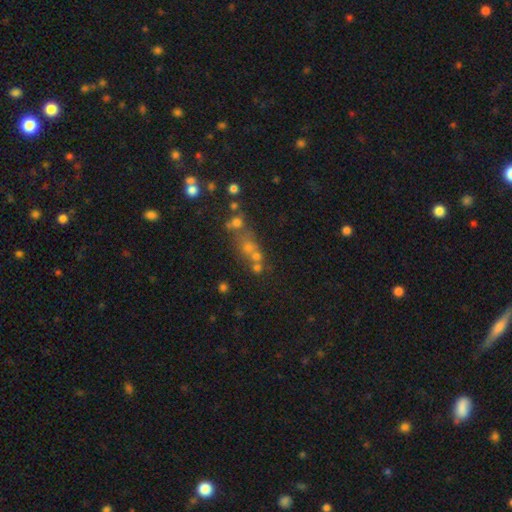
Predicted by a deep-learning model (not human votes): A smooth galaxy with no disk features (46%). Merging: merger (45%).